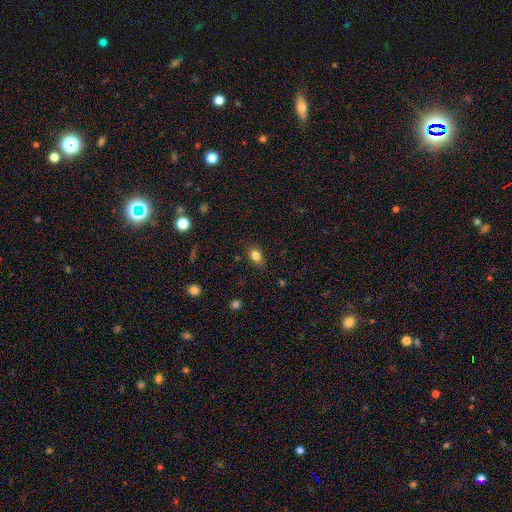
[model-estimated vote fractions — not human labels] Smooth or featured? Predicted: smooth (p=0.83). How rounded? Predicted: in between (p=0.77). Merging? Predicted: none (p=0.83).